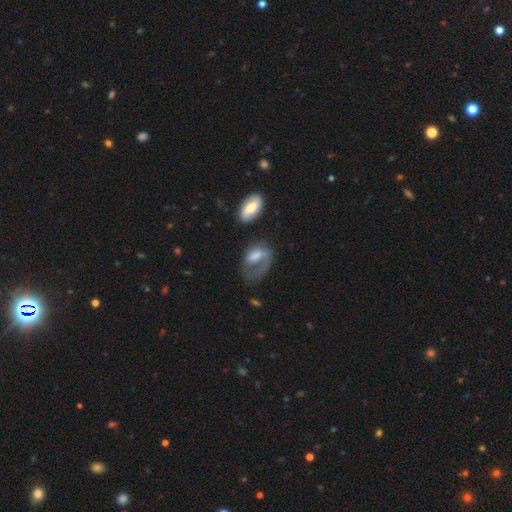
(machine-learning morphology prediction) This appears to be a featured or disk galaxy (47%). Merging: major disturbance (45%).